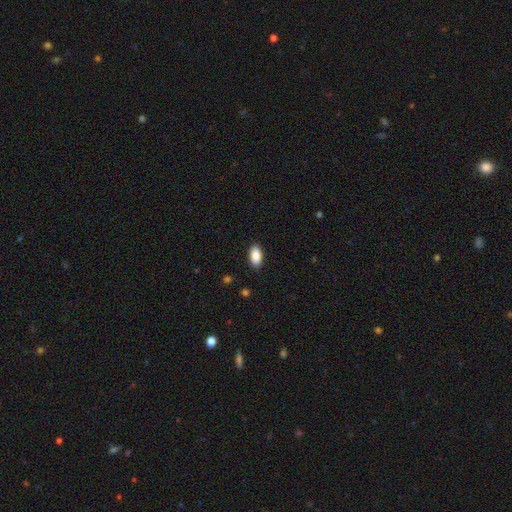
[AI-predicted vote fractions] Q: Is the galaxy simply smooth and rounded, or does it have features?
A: smooth — 89%.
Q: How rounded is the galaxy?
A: in between — 93%.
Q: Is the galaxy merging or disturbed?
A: none — 89%.